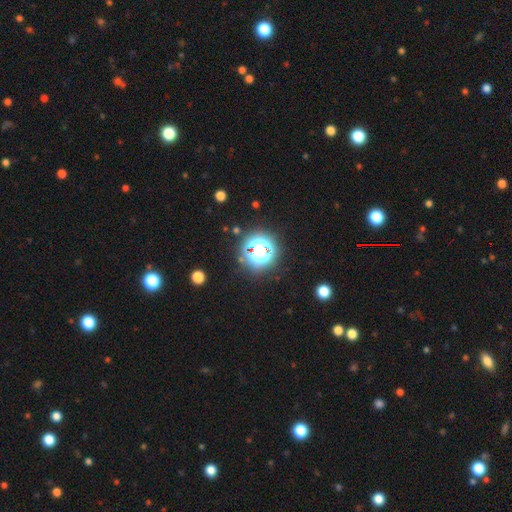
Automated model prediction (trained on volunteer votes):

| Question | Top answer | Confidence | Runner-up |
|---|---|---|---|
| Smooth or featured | star or artifact | 76% | smooth (17%) |